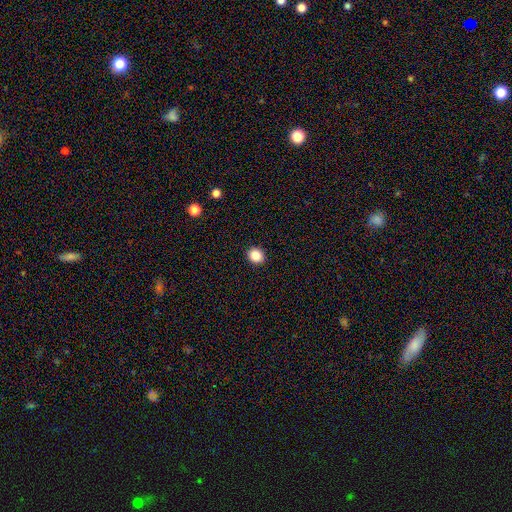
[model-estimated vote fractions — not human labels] Smooth or featured: smooth — 86% (star or artifact — 10%)
How rounded: round — 74% (in between — 25%)
Merging: none — 93% (minor disturbance — 5%)